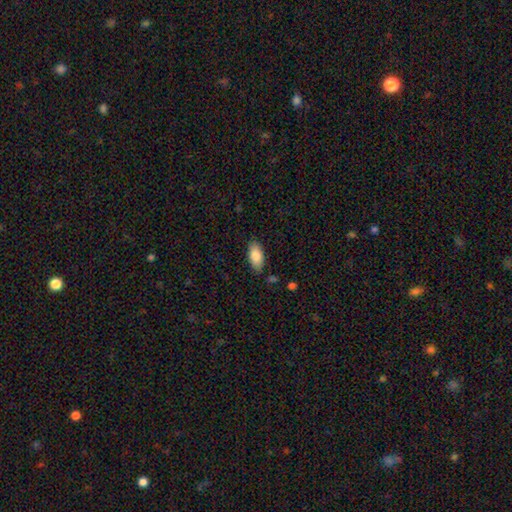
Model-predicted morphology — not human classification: smooth-or-featured: smooth: 84% | featured or disk: 10% | star or artifact: 6%
  how-rounded: in between: 91% | cigar-shaped: 6% | round: 2%
  merging: none: 86% | minor disturbance: 11% | major disturbance: 2% | merger: 2%